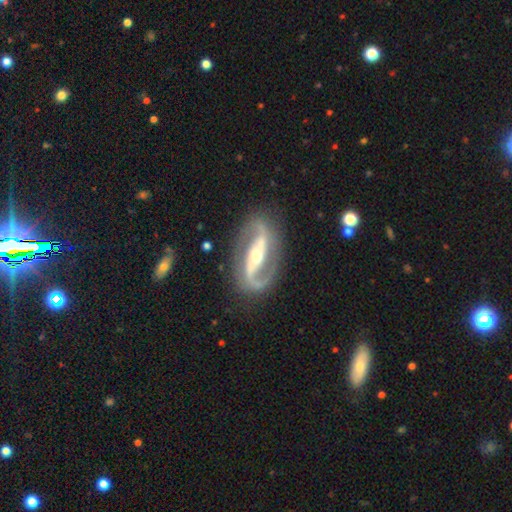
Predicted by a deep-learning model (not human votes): Q: Smooth or featured?
A: featured or disk (92%); runner-up: smooth (4%)
Q: Edge-on disk?
A: no (96%); runner-up: yes (4%)
Q: Bar?
A: strong (57%); runner-up: weak (24%)
Q: Spiral arms?
A: yes (97%); runner-up: no (3%)
Q: Spiral winding?
A: medium (52%); runner-up: loose (28%)
Q: Spiral arm count?
A: 2 (93%); runner-up: 1 (3%)
Q: Bulge size?
A: moderate (63%); runner-up: small (31%)
Q: Merging?
A: none (83%); runner-up: minor disturbance (11%)